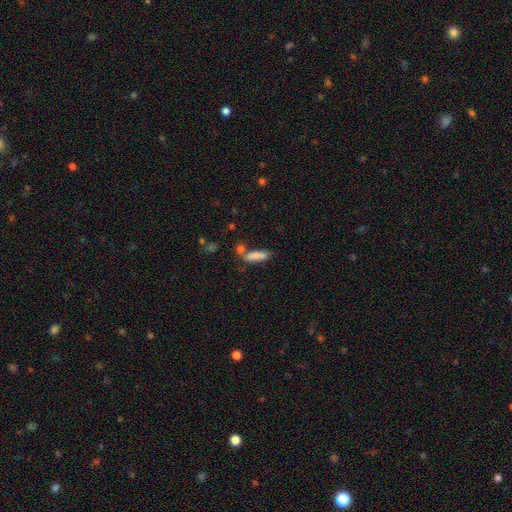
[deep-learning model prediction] This appears to be a smooth galaxy with no disk features (81%) that is cigar-shaped (58%). Merging: none (57%).